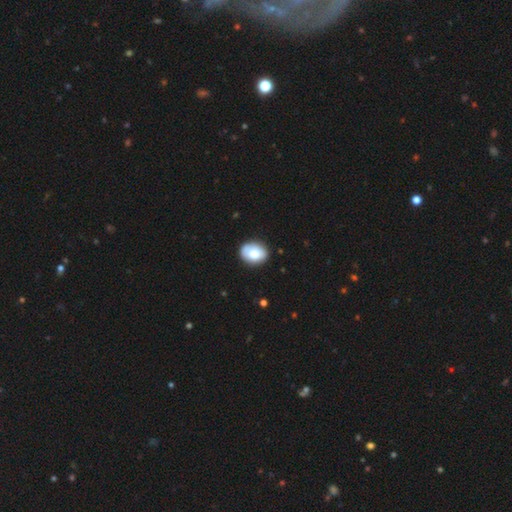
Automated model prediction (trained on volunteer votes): Smooth or featured? Predicted: smooth (p=0.79). How rounded? Predicted: in between (p=0.62). Merging? Predicted: none (p=0.78).